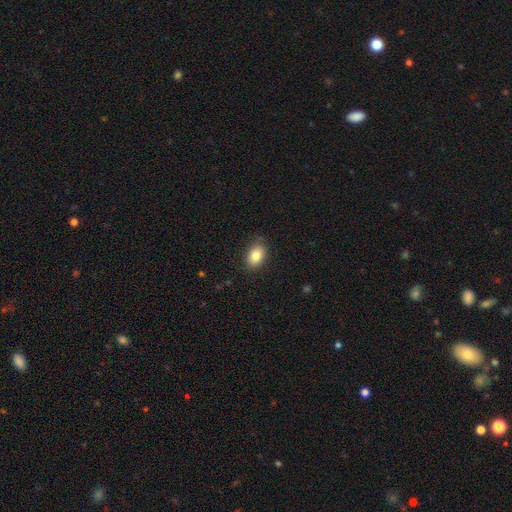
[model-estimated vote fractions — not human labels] smooth 84%, star or artifact 8%, featured or disk 7%. Down the decision tree: how rounded — in between (85%); merging — none (82%).